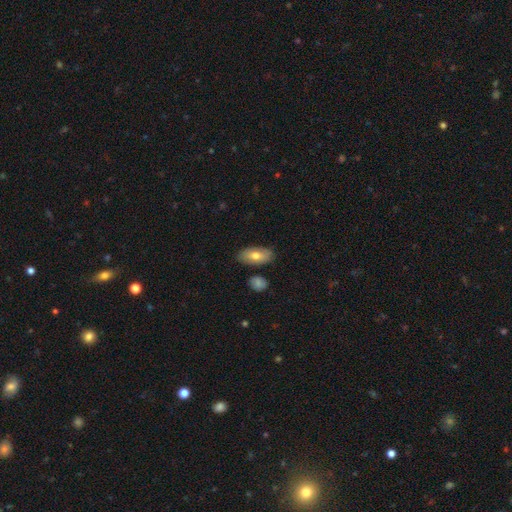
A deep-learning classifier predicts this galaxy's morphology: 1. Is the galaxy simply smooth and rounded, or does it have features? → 69% smooth, 25% featured or disk, 6% star or artifact.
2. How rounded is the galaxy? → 92% in between, 5% cigar-shaped, 3% round.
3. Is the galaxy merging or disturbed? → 83% none, 11% minor disturbance, 4% merger, 2% major disturbance.